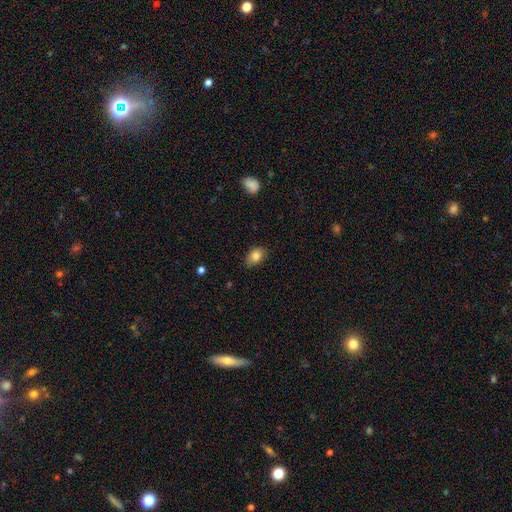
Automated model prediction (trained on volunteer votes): smooth 83%, star or artifact 8%, featured or disk 8%. Down the decision tree: how rounded — in between (82%); merging — none (78%).